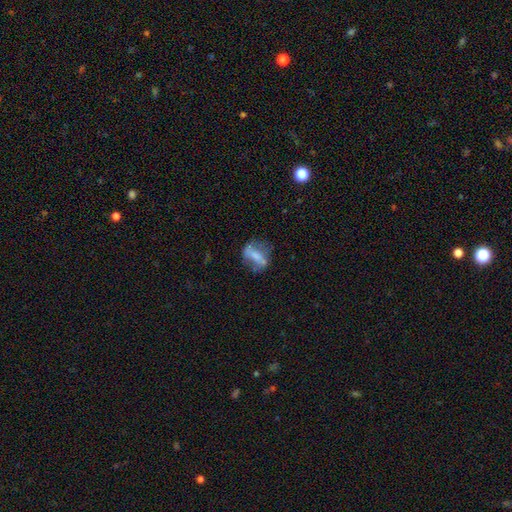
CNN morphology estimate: type=featured or disk (48%); merging=none (53%).